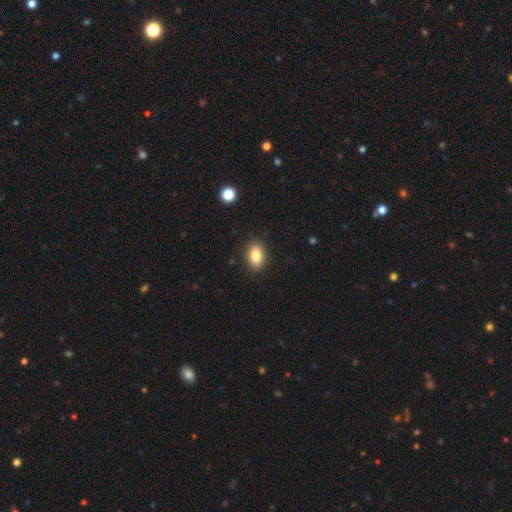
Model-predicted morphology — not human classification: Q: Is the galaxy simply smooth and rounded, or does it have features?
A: smooth — 85%.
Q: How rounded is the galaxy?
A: in between — 86%.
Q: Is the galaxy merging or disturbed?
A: none — 88%.